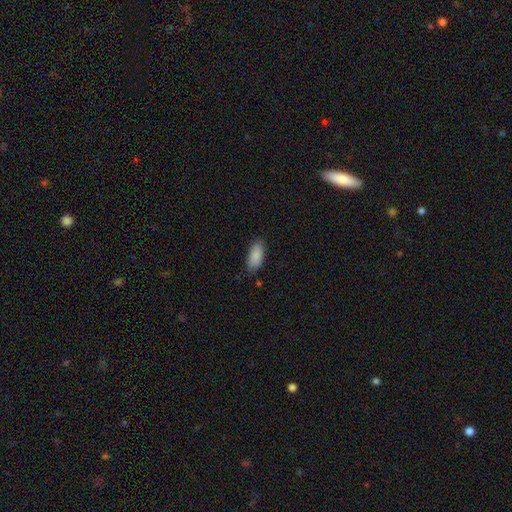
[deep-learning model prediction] smooth-or-featured: smooth: 88% | star or artifact: 7% | featured or disk: 6%
  how-rounded: in between: 88% | cigar-shaped: 10% | round: 2%
  merging: none: 81% | minor disturbance: 15% | major disturbance: 3% | merger: 1%